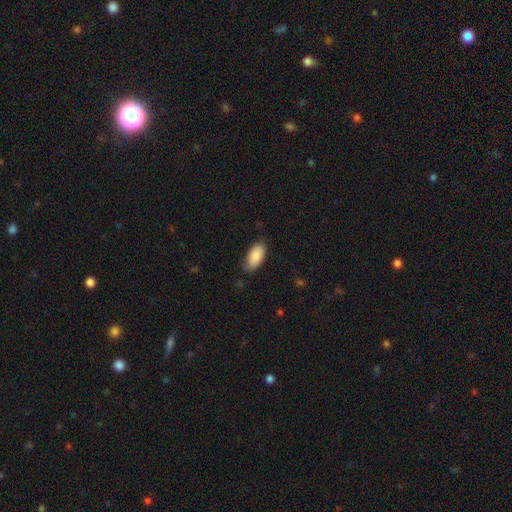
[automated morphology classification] Smooth or featured: smooth — 87% (featured or disk — 7%)
How rounded: in between — 92% (cigar-shaped — 6%)
Merging: none — 75% (minor disturbance — 20%)